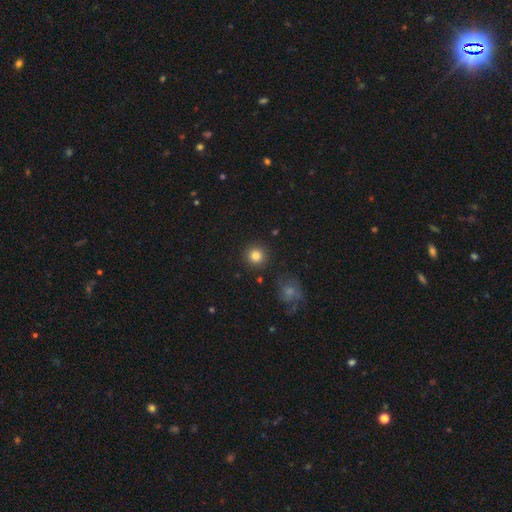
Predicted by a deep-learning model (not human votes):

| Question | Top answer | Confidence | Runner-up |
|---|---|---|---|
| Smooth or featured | smooth | 84% | star or artifact (11%) |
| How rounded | round | 94% | in between (5%) |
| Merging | none | 90% | minor disturbance (6%) |